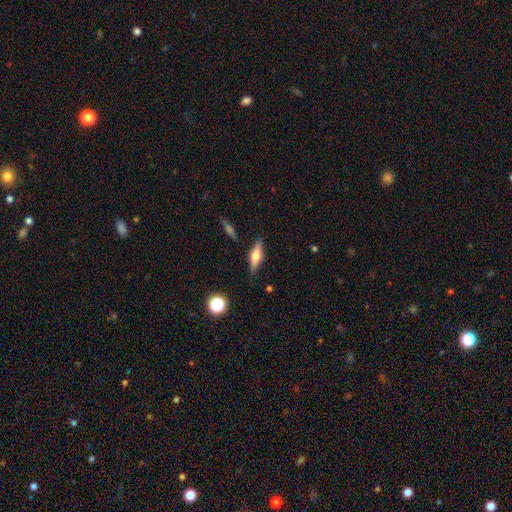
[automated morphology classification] smooth 48%, featured or disk 44%, star or artifact 8%. Down the decision tree: merging — none (84%).